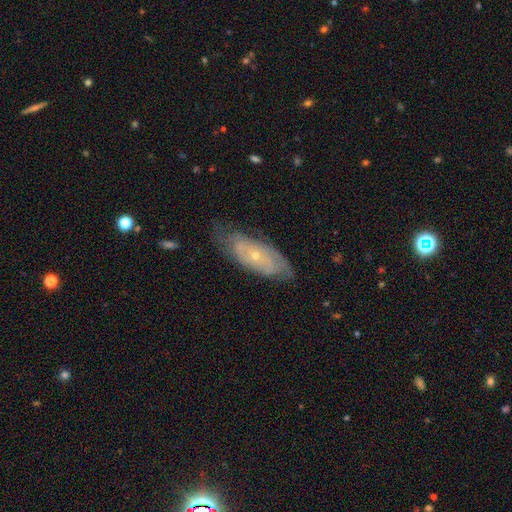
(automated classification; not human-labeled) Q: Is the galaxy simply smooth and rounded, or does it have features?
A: featured or disk — 69%.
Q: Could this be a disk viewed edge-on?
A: no — 86%.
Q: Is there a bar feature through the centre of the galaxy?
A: no — 82%.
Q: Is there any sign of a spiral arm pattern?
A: yes — 76%.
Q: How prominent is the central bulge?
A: small — 76%.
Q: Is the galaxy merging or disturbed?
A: none — 65%.